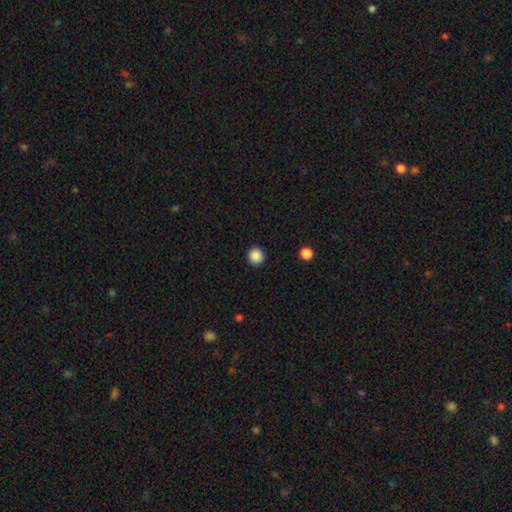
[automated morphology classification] This appears to be a smooth galaxy with no disk features (88%) that is round (94%). Merging: none (92%).